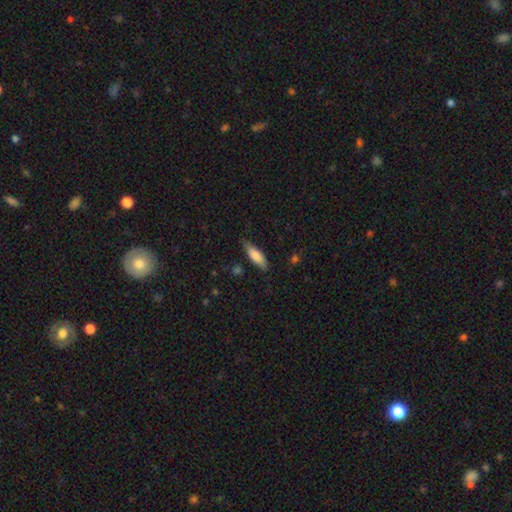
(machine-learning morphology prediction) Overall: smooth (76%). How rounded: cigar-shaped (52%; in between 46%). Merging: none (75%).